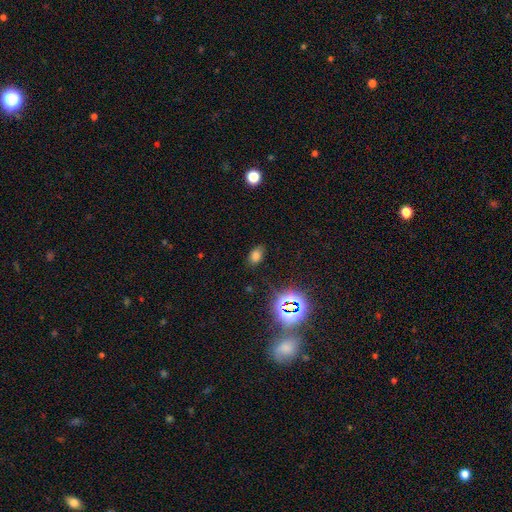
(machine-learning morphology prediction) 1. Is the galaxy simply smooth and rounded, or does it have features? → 67% smooth, 25% star or artifact, 8% featured or disk.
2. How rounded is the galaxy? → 83% in between, 15% round, 2% cigar-shaped.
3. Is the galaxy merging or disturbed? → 79% none, 15% minor disturbance, 5% major disturbance, 2% merger.